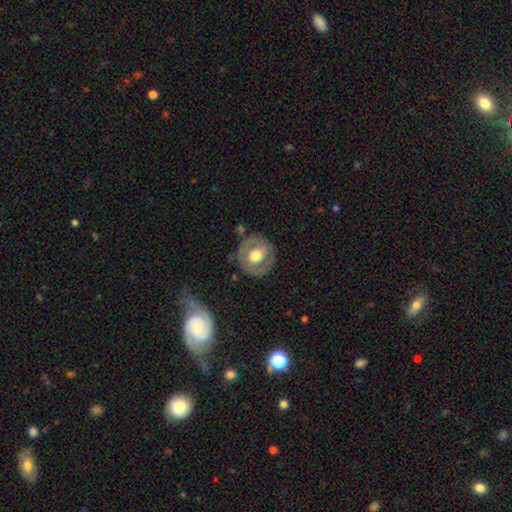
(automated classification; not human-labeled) This appears to be a featured or disk galaxy (51%). Merging: none (79%).